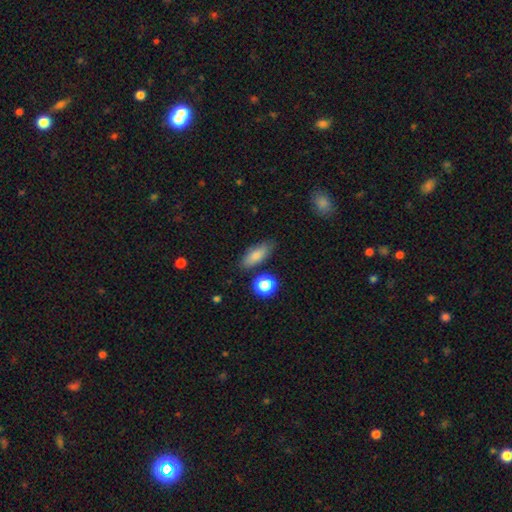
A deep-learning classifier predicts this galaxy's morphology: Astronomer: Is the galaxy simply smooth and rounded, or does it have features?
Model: smooth — 82%.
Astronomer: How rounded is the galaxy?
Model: in between — 69%.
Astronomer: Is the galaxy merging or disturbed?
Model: none — 79%.